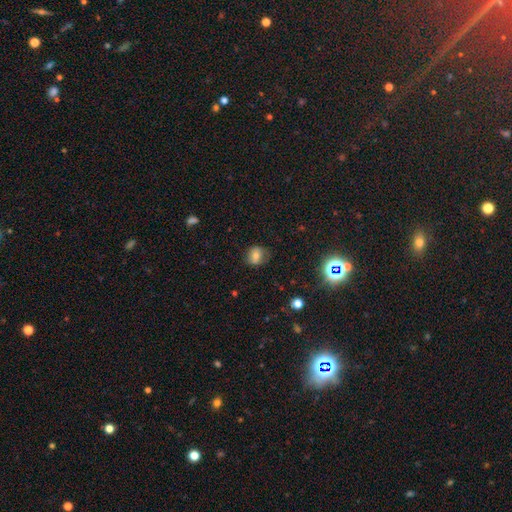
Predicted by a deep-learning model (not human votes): A smooth galaxy with no disk features (71%) that is round (64%).

Vote fractions:
- Smooth or featured? smooth: 71% / featured or disk: 15% / star or artifact: 14%
- How rounded? round: 64% / in between: 34% / cigar-shaped: 1%
- Merging? none: 73% / minor disturbance: 19% / major disturbance: 6% / merger: 1%